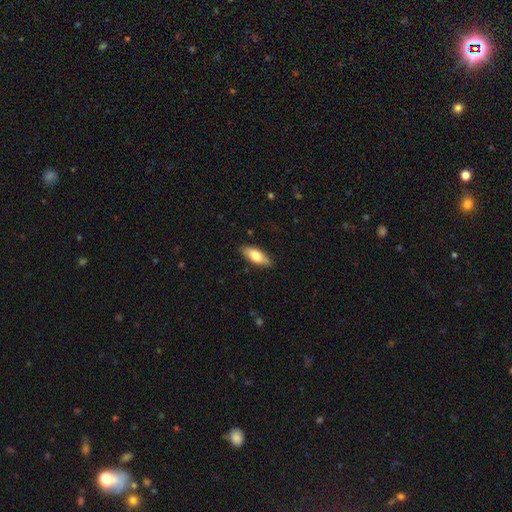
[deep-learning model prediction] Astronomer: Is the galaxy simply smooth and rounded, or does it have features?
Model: smooth — 73%.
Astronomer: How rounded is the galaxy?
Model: in between — 77%.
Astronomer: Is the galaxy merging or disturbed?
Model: none — 86%.